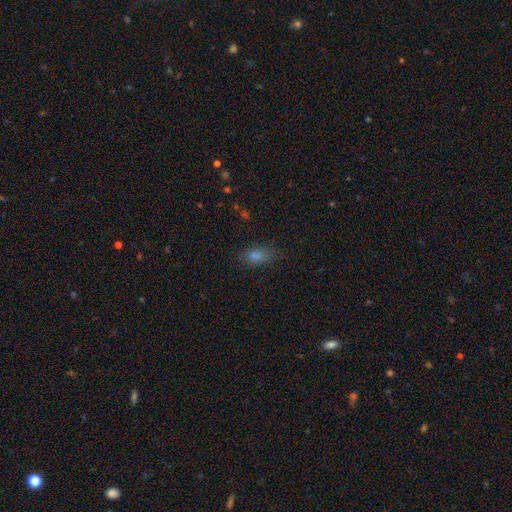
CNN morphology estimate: Smooth or featured: smooth — 70% (star or artifact — 20%)
How rounded: in between — 79% (round — 12%)
Merging: none — 78% (minor disturbance — 16%)